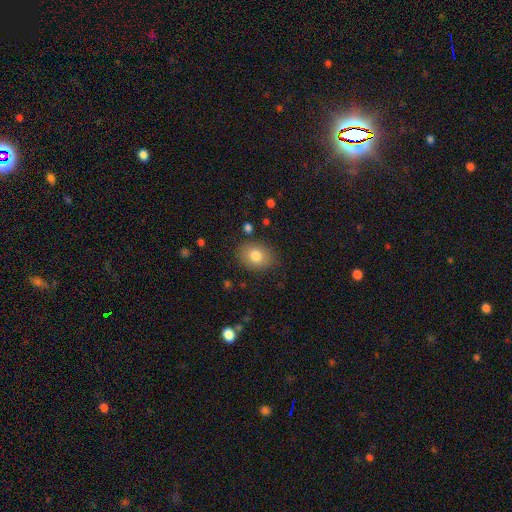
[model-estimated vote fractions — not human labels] This is clearly a smooth galaxy (80%). How rounded: possibly in between (57%). Merging: clearly none (83%).